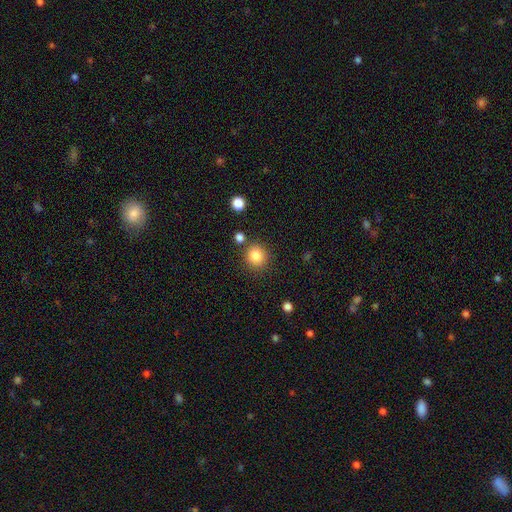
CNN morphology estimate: smooth 84%, star or artifact 10%, featured or disk 5%. Down the decision tree: how rounded — round (86%); merging — none (82%).